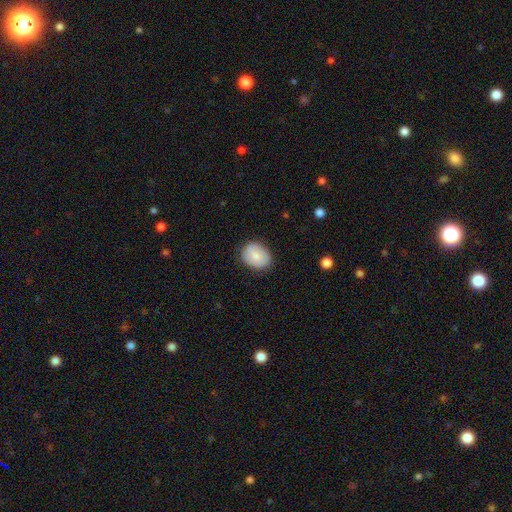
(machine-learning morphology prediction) Smooth or featured? smooth (79%)
How rounded? in between (52%)
Merging? none (83%)